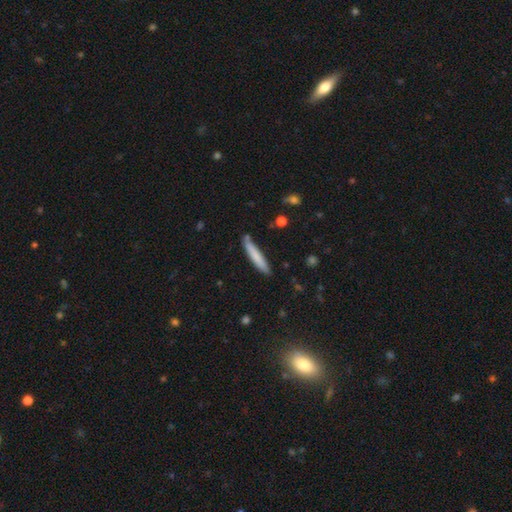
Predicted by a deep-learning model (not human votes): Smooth or featured? Predicted: smooth (p=0.75). How rounded? Predicted: cigar-shaped (p=0.93). Merging? Predicted: none (p=0.82).